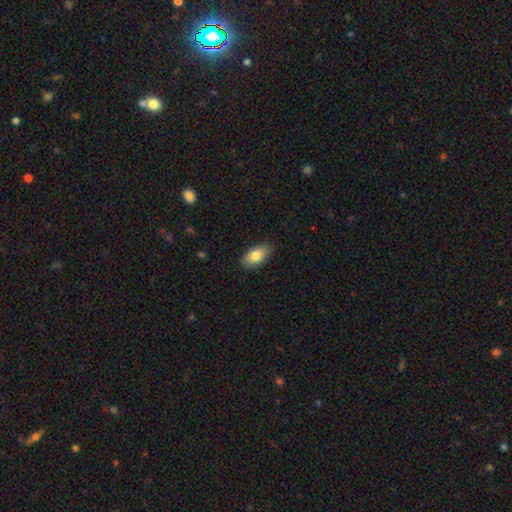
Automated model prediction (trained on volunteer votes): This is clearly a smooth galaxy (82%). How rounded: clearly in between (93%). Merging: clearly none (86%).